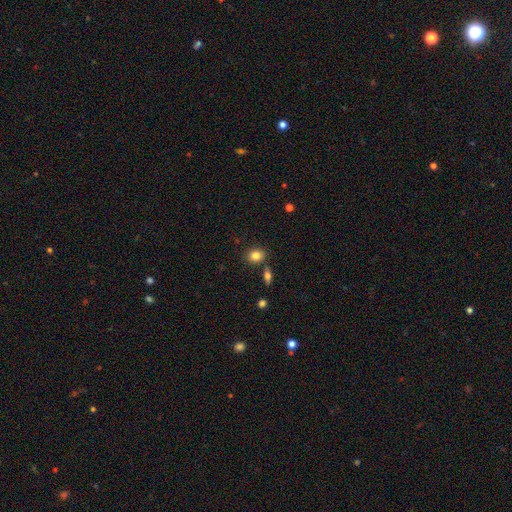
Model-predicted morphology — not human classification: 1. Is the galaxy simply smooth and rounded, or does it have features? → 82% smooth, 10% star or artifact, 8% featured or disk.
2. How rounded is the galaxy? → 51% in between, 48% round, 1% cigar-shaped.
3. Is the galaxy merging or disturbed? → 74% none, 12% minor disturbance, 11% merger, 3% major disturbance.